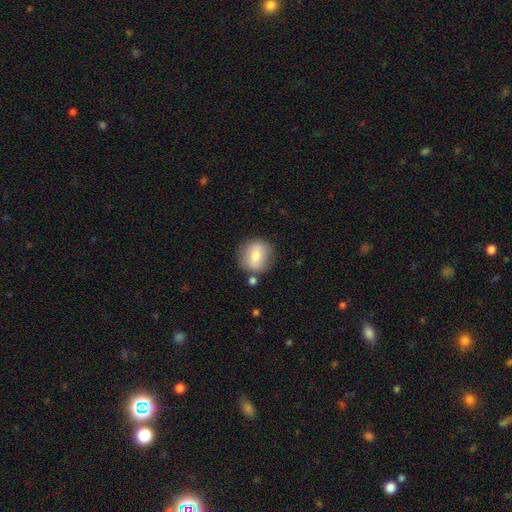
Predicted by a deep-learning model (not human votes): Smooth or featured? smooth (72%)
How rounded? round (84%)
Merging? none (78%)